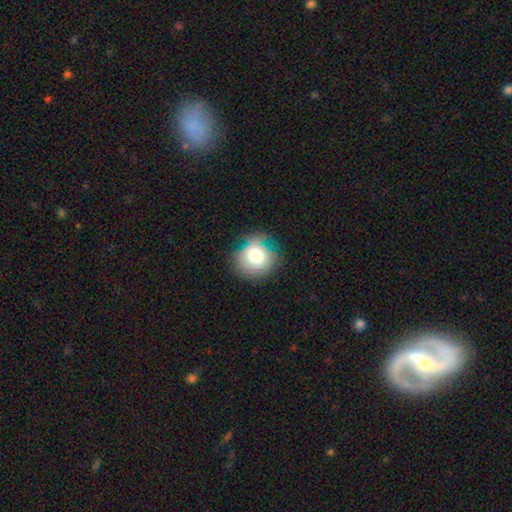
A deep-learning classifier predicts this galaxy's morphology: This is likely a smooth galaxy (75%). How rounded: clearly round (83%). Merging: likely none (72%).